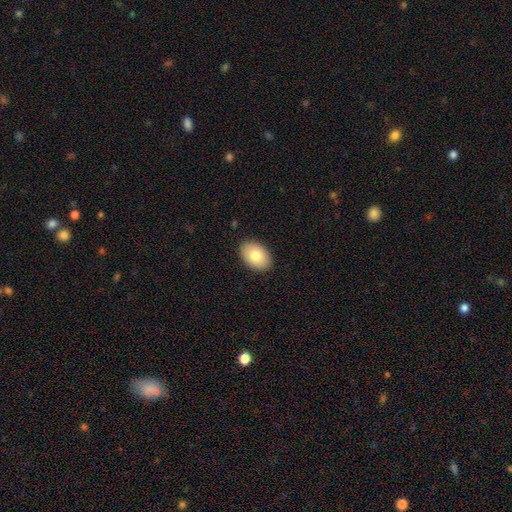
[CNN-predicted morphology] This appears to be a smooth galaxy with no disk features (80%) that is in between round and cigar-shaped (86%). Merging: none (89%).